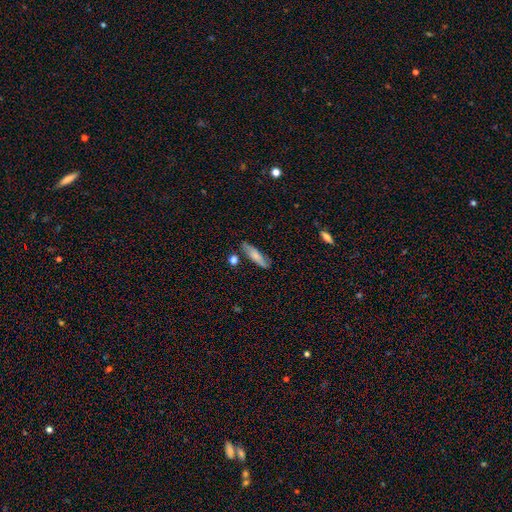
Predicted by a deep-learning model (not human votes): Smooth or featured? smooth (68%)
How rounded? cigar-shaped (59%)
Merging? none (73%)